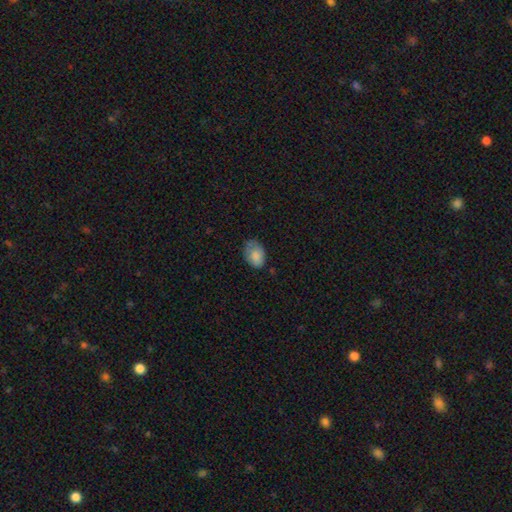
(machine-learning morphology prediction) Overall: smooth (81%). How rounded: in between (81%). Merging: none (58%; minor disturbance 31%).